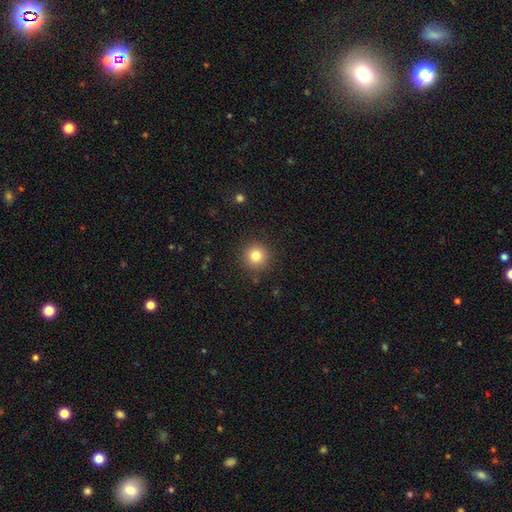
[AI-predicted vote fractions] This is clearly a smooth galaxy (81%). How rounded: clearly round (95%). Merging: clearly none (90%).